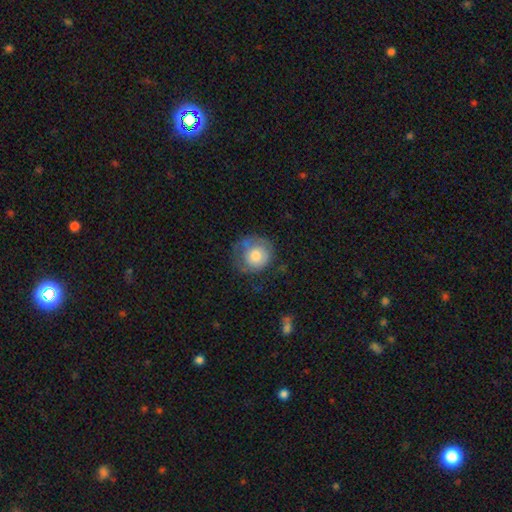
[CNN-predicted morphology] A smooth galaxy with no disk features (66%) that is round (87%). Merging: none (51%).